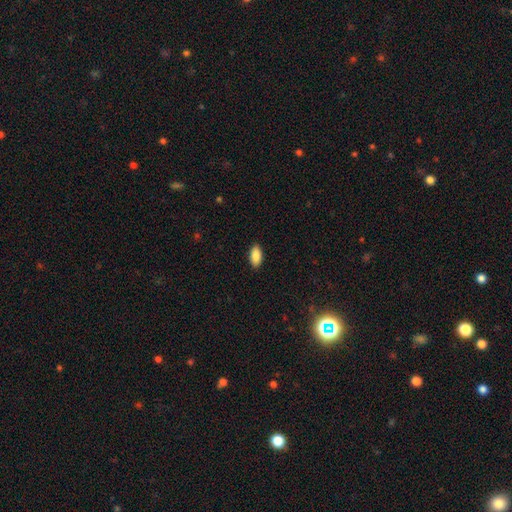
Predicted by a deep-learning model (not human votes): A smooth galaxy with no disk features (90%) that is in between round and cigar-shaped (92%). Merging: none (89%).